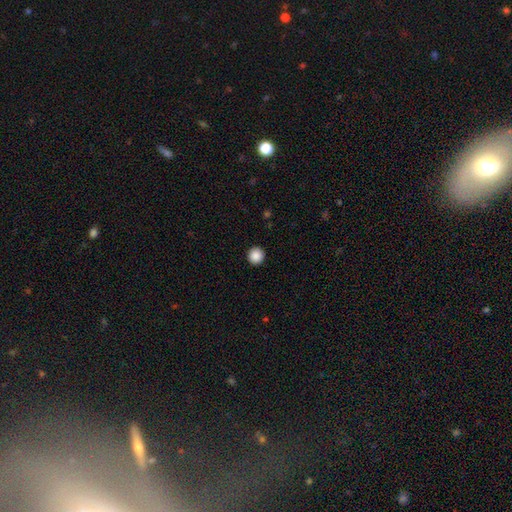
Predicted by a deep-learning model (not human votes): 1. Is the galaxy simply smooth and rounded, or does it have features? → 89% smooth, 9% star or artifact, 3% featured or disk.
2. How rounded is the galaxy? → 95% round, 4% in between, 1% cigar-shaped.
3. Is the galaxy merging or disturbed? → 93% none, 4% minor disturbance, 1% major disturbance, 1% merger.